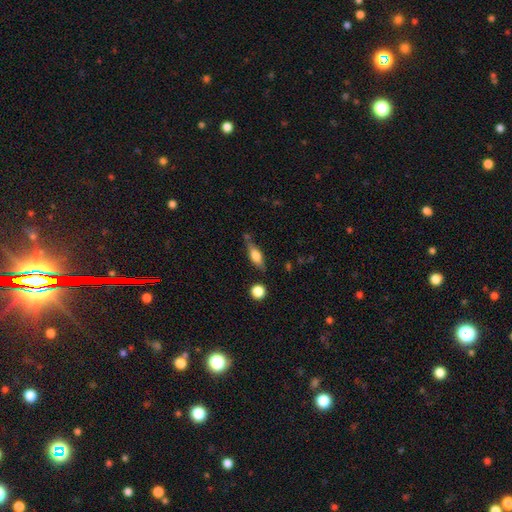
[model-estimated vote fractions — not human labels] Morphology: type=smooth (55%); roundness=in between (55%); merging=none (69%).